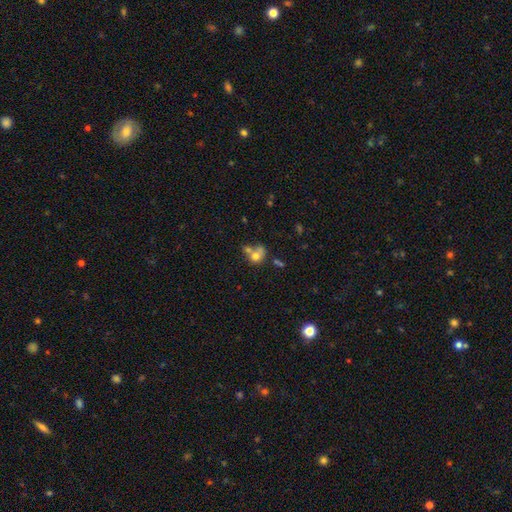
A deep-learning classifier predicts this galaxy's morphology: The model was most divided on "how rounded": round: 61%, in between: 37%, cigar-shaped: 1%. More confident: smooth or featured — smooth (65%); merging — merger (56%).